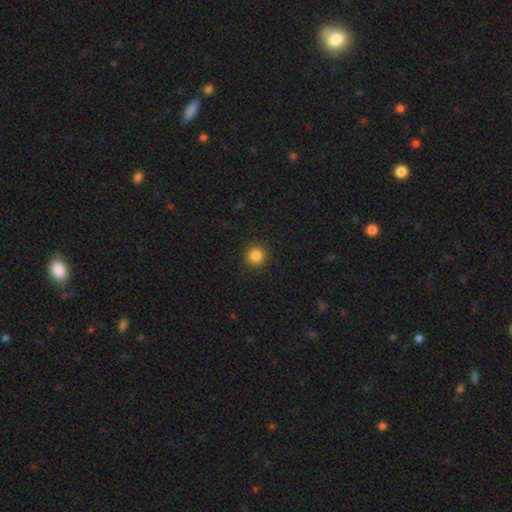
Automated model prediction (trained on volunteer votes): Smooth or featured?
  - smooth: 84% *
  - star or artifact: 12%
  - featured or disk: 4%
How rounded?
  - round: 95% *
  - in between: 4%
  - cigar-shaped: 1%
Merging?
  - none: 92% *
  - minor disturbance: 5%
  - major disturbance: 2%
  - merger: 1%